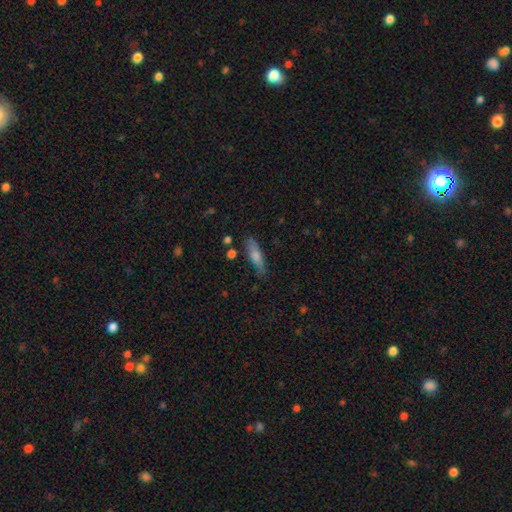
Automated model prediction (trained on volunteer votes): This is likely a smooth galaxy (72%). How rounded: possibly cigar-shaped (59%). Merging: likely none (75%).